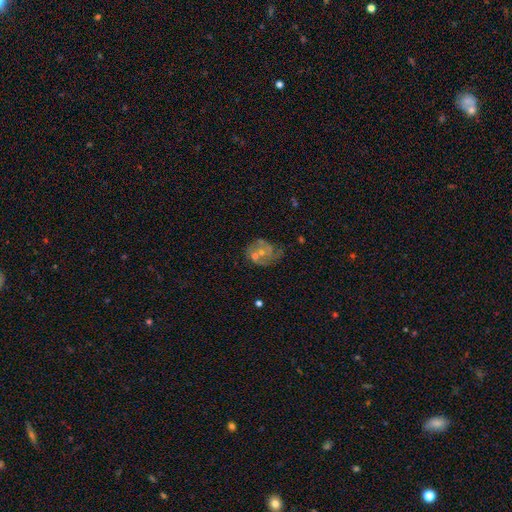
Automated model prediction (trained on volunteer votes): featured or disk 66%, smooth 19%, star or artifact 14%. Down the decision tree: edge-on disk — no (98%); bar — no (72%); spiral arms — yes (78%); spiral arm count — can't tell (36%); spiral winding — medium (42%); bulge size — small (56%); merging — none (52%).